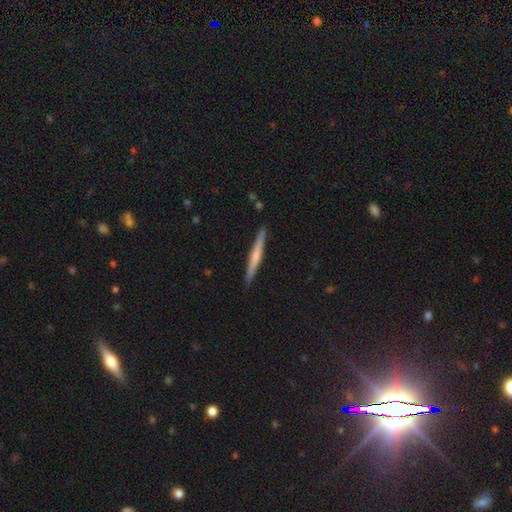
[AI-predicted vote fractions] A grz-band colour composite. It shows a featured or disk galaxy (50%) viewed edge-on (97%). Merging: none (91%).